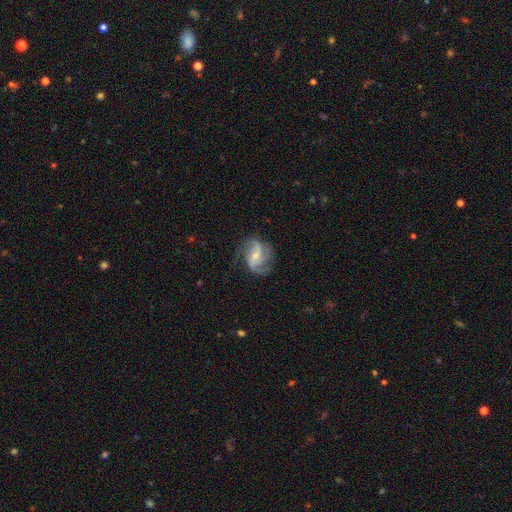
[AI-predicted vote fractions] featured or disk 83%, smooth 11%, star or artifact 6%. Down the decision tree: edge-on disk — no (98%); bar — weak (47%); spiral arms — yes (96%); spiral arm count — 2 (50%); spiral winding — medium (43%, tied with loose); bulge size — small (61%); merging — none (67%).